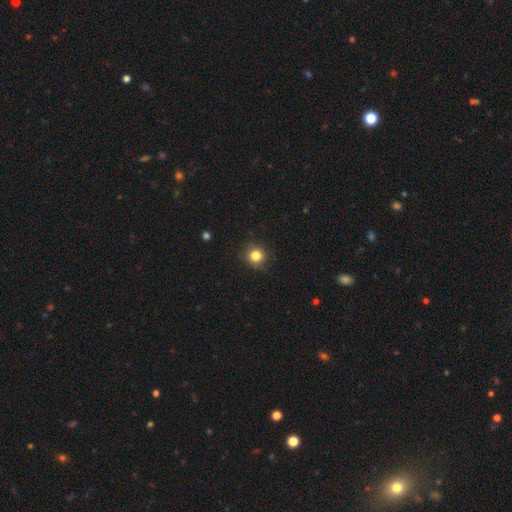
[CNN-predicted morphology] This is clearly a smooth galaxy (83%). How rounded: clearly round (91%). Merging: clearly none (85%).